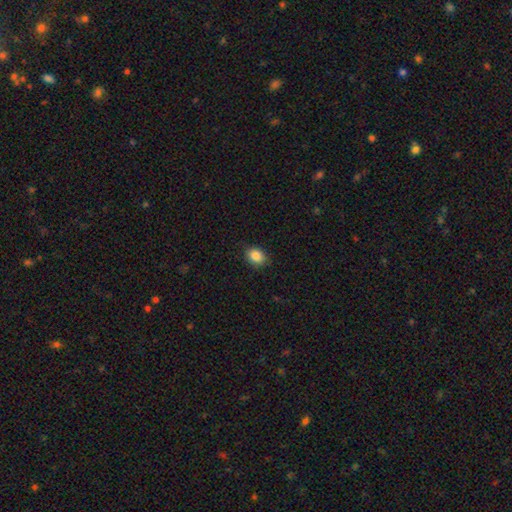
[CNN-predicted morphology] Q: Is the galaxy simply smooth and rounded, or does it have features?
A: smooth — 87%.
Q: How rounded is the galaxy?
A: in between — 56%.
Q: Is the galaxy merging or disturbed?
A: none — 84%.